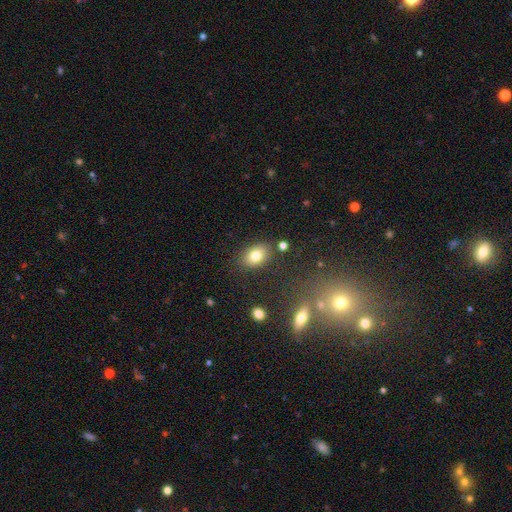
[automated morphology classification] A smooth galaxy with no disk features (80%) that is in between round and cigar-shaped (82%). Merging: none (82%).